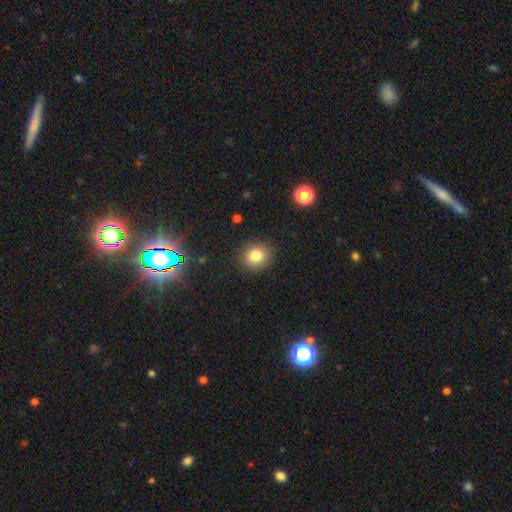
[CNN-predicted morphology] type=smooth (81%); roundness=round (77%); merging=none (89%).